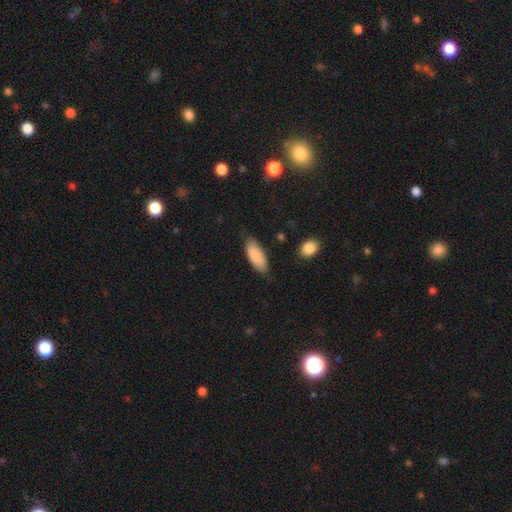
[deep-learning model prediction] Smooth or featured? Predicted: smooth (p=0.85). How rounded? Predicted: in between (p=0.77). Merging? Predicted: none (p=0.74).